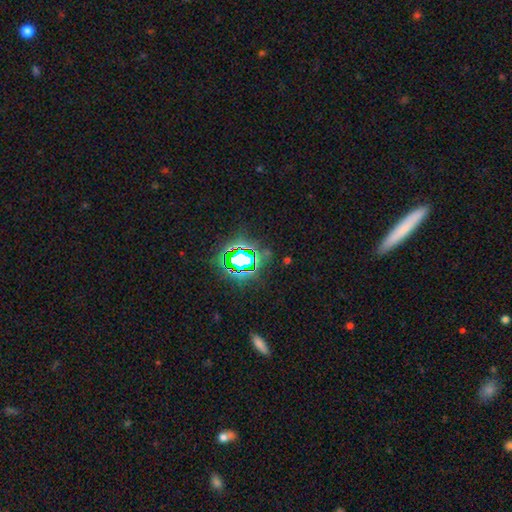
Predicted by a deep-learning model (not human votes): A star or artifact, not a galaxy (67%).

Vote fractions:
- Smooth or featured? star or artifact: 67% / smooth: 22% / featured or disk: 12%